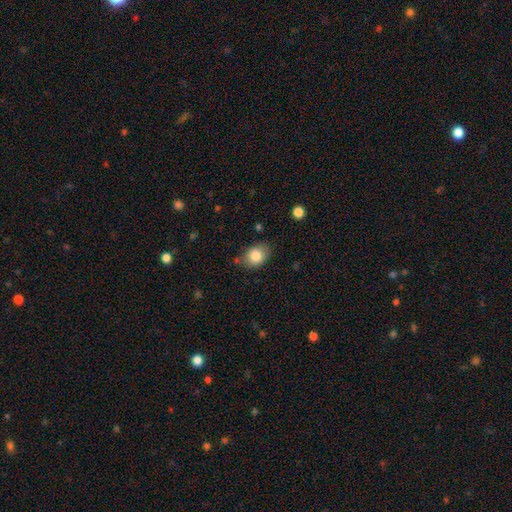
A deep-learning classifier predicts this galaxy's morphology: Overall: smooth (84%). How rounded: in between (65%; round 35%). Merging: none (74%).